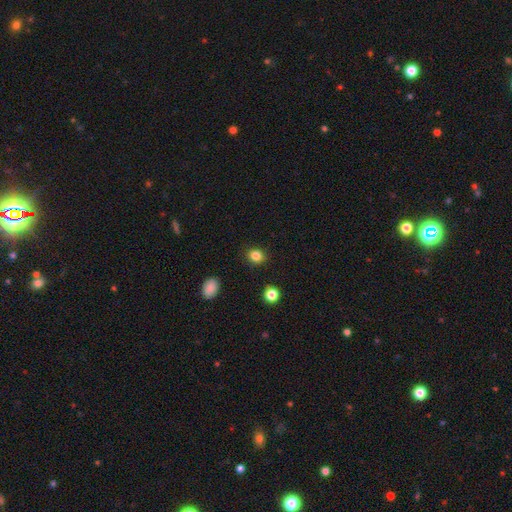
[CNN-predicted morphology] Overall: smooth (84%). How rounded: round (67%; in between 32%). Merging: none (89%).